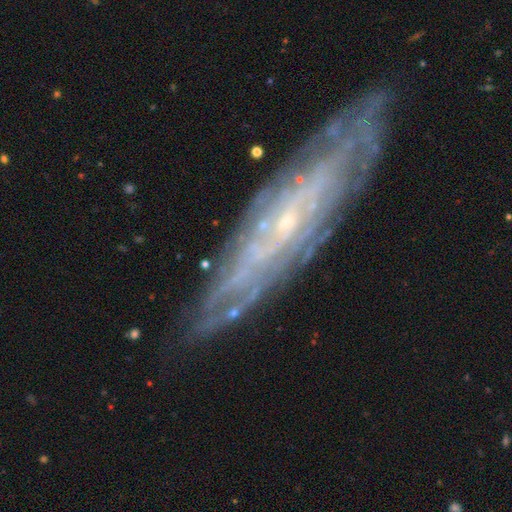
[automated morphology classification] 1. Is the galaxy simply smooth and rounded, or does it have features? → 82% featured or disk, 11% smooth, 7% star or artifact.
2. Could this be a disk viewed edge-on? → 66% no, 34% yes.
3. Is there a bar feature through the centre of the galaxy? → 66% no, 26% weak, 8% strong.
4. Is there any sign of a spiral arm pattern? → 87% yes, 13% no.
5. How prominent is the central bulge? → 81% small, 13% moderate, 4% none, 1% large, 1% dominant.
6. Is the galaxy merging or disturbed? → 79% none, 15% minor disturbance, 5% major disturbance, 2% merger.